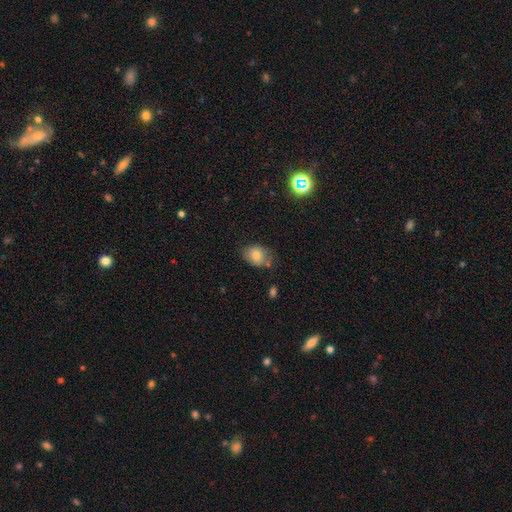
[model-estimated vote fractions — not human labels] This is likely a smooth galaxy (77%). How rounded: likely in between (64%). Merging: likely none (62%).